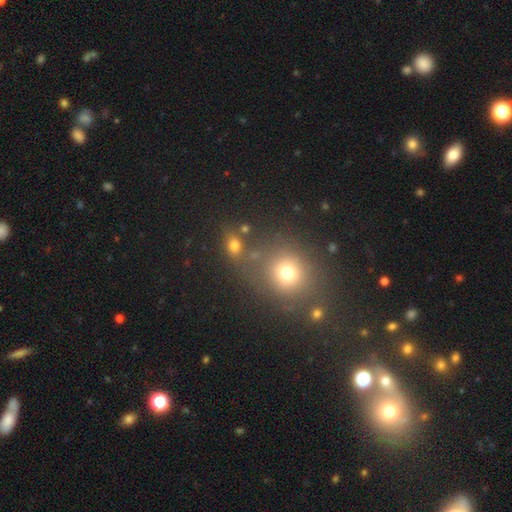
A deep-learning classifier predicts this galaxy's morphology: Smooth or featured? Predicted: smooth (p=0.55). How rounded? Predicted: round (p=0.81). Merging? Predicted: none (p=0.73).